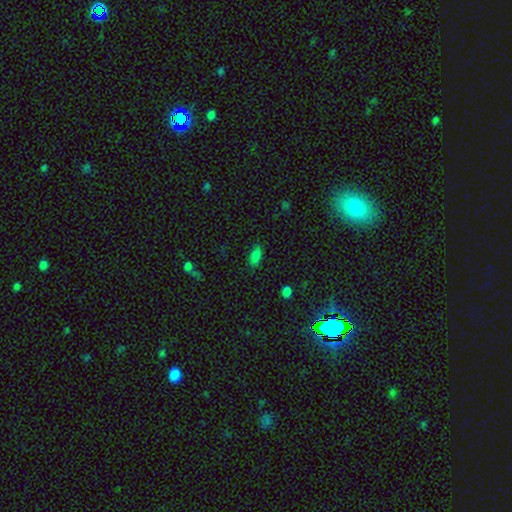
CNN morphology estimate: smooth 79%, star or artifact 17%, featured or disk 5%. Down the decision tree: how rounded — in between (88%); merging — none (81%).